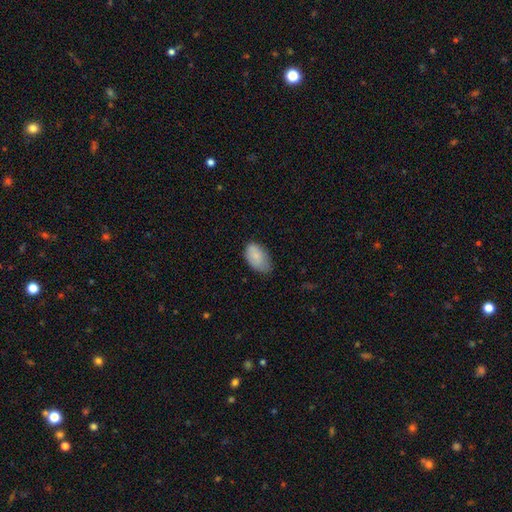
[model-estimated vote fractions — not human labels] Smooth or featured: smooth — 83% (featured or disk — 11%)
How rounded: in between — 94% (round — 5%)
Merging: none — 56% (minor disturbance — 36%)